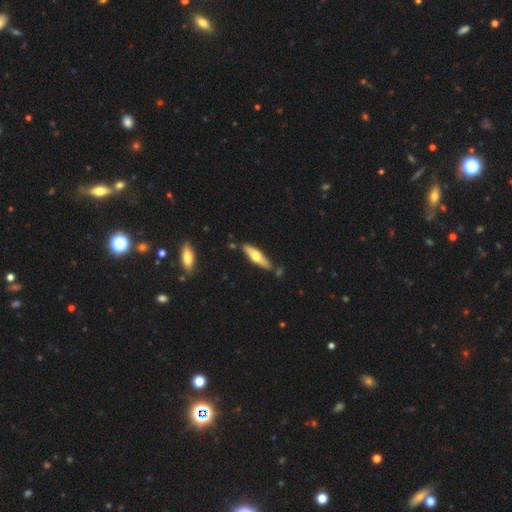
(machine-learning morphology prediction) Overall: featured or disk (48%; smooth 47%). Merging: none (81%).